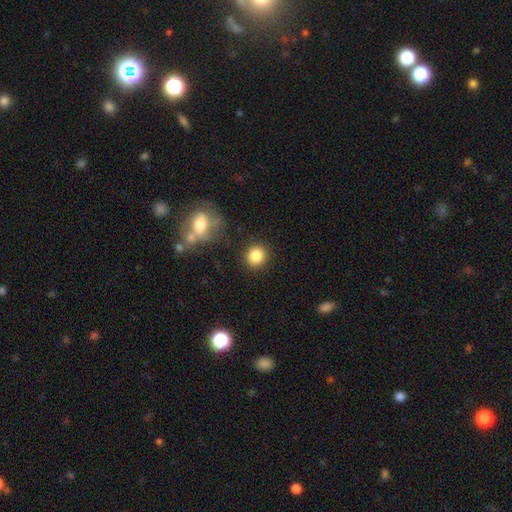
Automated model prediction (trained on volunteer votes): smooth_or_featured: smooth (p=0.86) [alt: star or artifact p=0.10]
how_rounded: round (p=0.86) [alt: in between p=0.13]
merging: none (p=0.86) [alt: minor disturbance p=0.08]